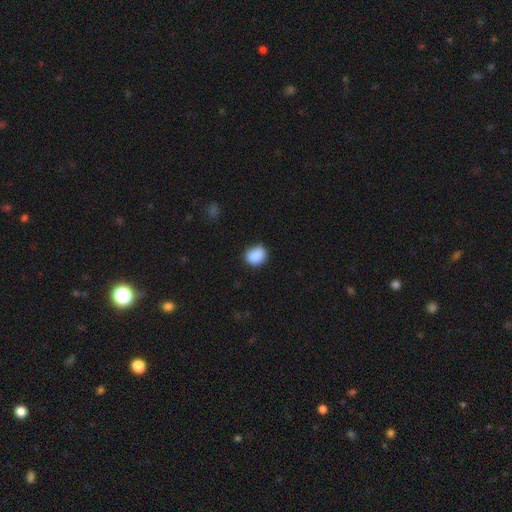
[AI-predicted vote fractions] A smooth galaxy with no disk features (88%) that is round (50%).

Vote fractions:
- Smooth or featured? smooth: 88% / star or artifact: 8% / featured or disk: 4%
- How rounded? round: 50% / in between: 48% / cigar-shaped: 1%
- Merging? none: 74% / minor disturbance: 20% / major disturbance: 4% / merger: 2%